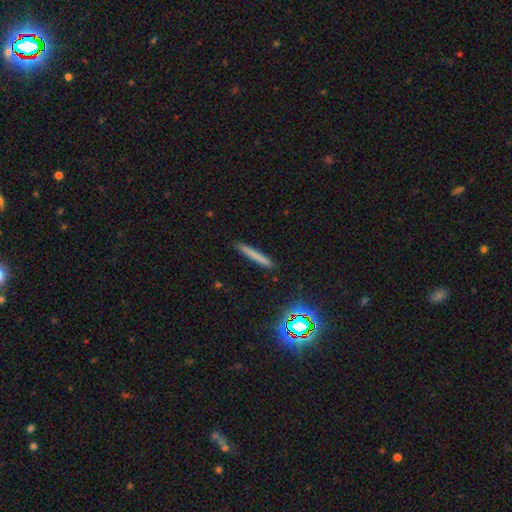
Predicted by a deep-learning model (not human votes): Overall: smooth (70%). How rounded: cigar-shaped (96%). Merging: none (89%).